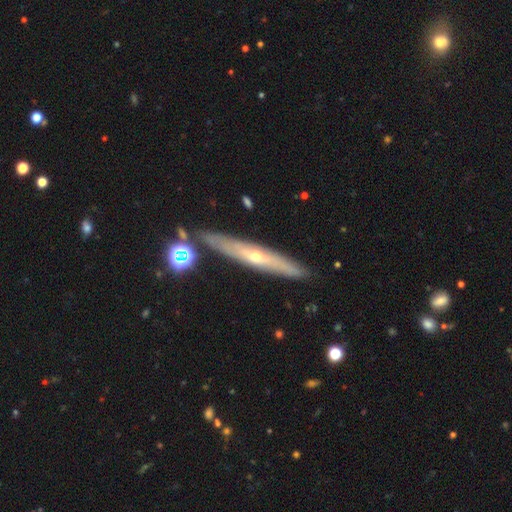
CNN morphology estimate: Smooth or featured?
  - featured or disk: 67% *
  - smooth: 26%
  - star or artifact: 7%
Edge-on disk?
  - yes: 88% *
  - no: 12%
Edge-on bulge?
  - rounded: 73% *
  - none: 25%
  - boxy: 2%
Merging?
  - none: 84% *
  - minor disturbance: 10%
  - merger: 4%
  - major disturbance: 2%